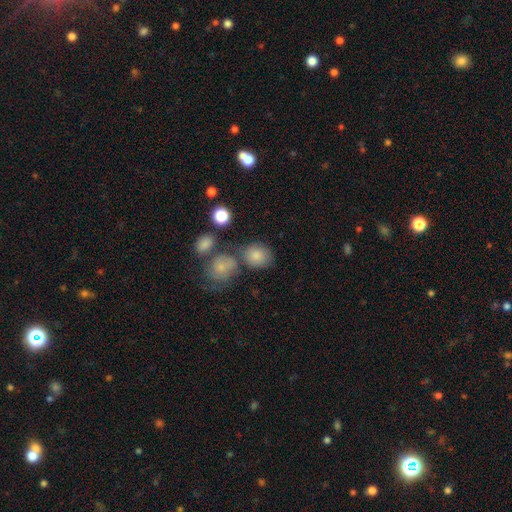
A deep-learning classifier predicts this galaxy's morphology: A smooth galaxy with no disk features (81%) that is round (65%).

Vote fractions:
- Smooth or featured? smooth: 81% / star or artifact: 10% / featured or disk: 9%
- How rounded? round: 65% / in between: 33% / cigar-shaped: 1%
- Merging? none: 61% / merger: 19% / minor disturbance: 14% / major disturbance: 6%